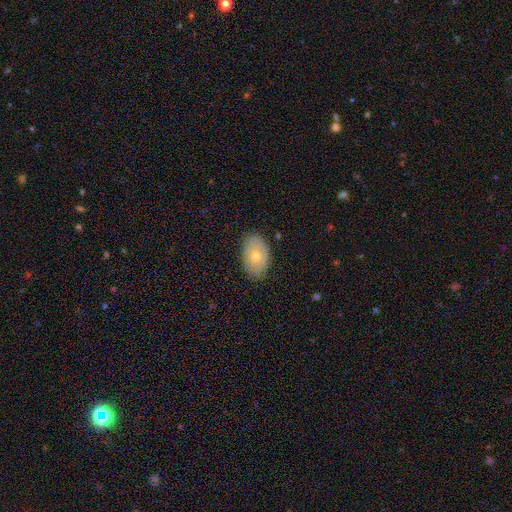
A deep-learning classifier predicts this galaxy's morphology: This is possibly a smooth galaxy (57%). How rounded: clearly in between (88%). Merging: clearly none (82%).